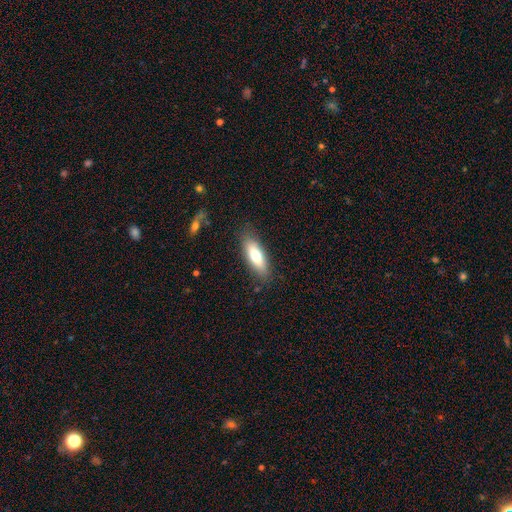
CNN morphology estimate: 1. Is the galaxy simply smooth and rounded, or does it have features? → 71% smooth, 23% featured or disk, 7% star or artifact.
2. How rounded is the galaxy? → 62% in between, 36% cigar-shaped, 2% round.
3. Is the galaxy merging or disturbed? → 83% none, 12% minor disturbance, 3% major disturbance, 1% merger.